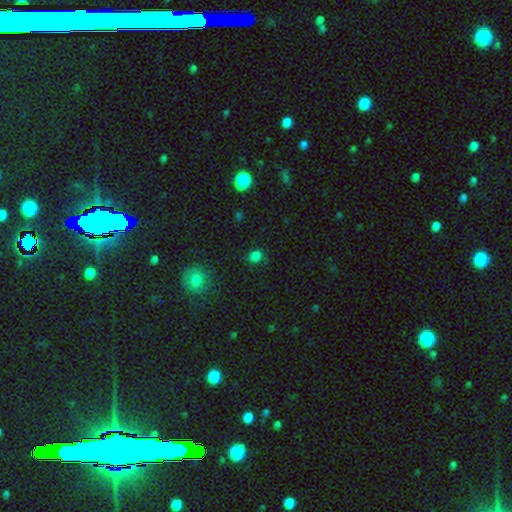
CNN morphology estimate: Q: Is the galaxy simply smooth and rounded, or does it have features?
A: smooth — 77%.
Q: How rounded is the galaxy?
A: round — 72%.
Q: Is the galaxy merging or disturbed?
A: none — 79%.